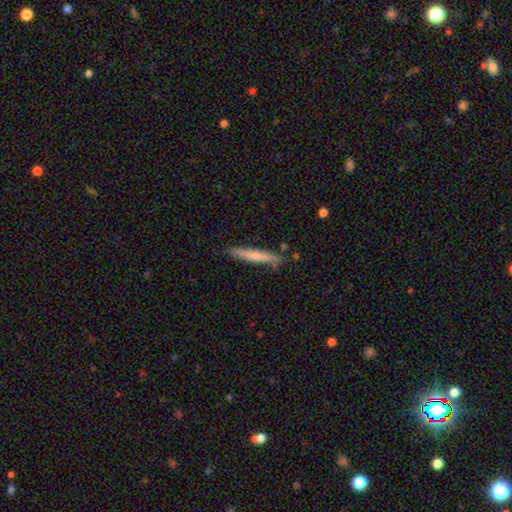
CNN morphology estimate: Q: Smooth or featured?
A: smooth (64%); runner-up: featured or disk (30%)
Q: How rounded?
A: cigar-shaped (95%); runner-up: in between (4%)
Q: Merging?
A: none (82%); runner-up: minor disturbance (13%)